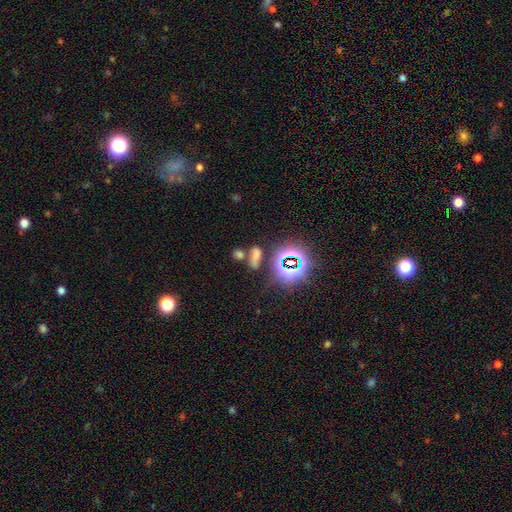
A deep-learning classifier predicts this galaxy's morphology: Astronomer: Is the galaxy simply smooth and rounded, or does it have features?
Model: smooth — 49% (runner-up: star or artifact, 41%).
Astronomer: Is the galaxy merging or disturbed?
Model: none — 51% (runner-up: merger, 27%).